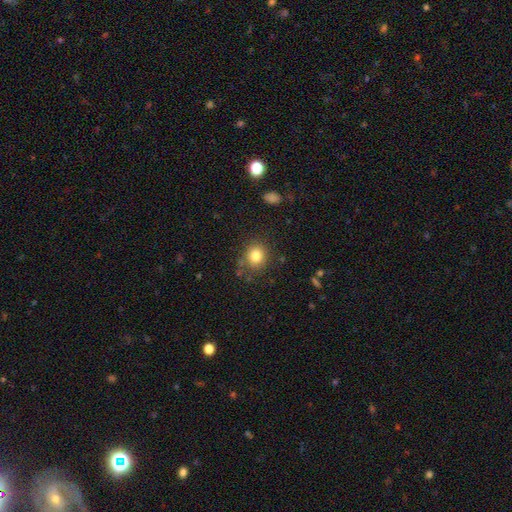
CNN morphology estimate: type=smooth (82%); roundness=round (78%); merging=none (81%).